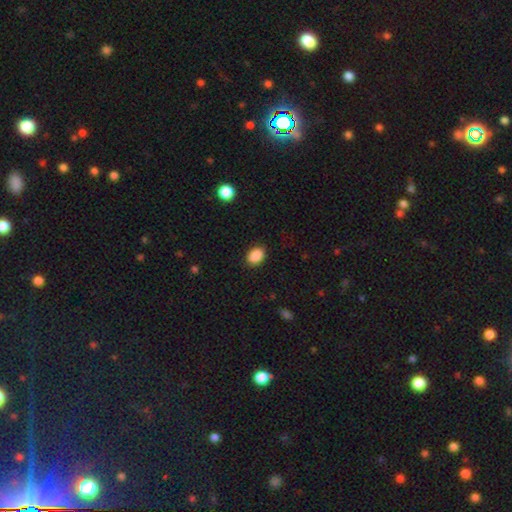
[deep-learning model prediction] Q: Smooth or featured?
A: smooth (89%); runner-up: star or artifact (8%)
Q: How rounded?
A: in between (74%); runner-up: round (25%)
Q: Merging?
A: none (88%); runner-up: minor disturbance (8%)